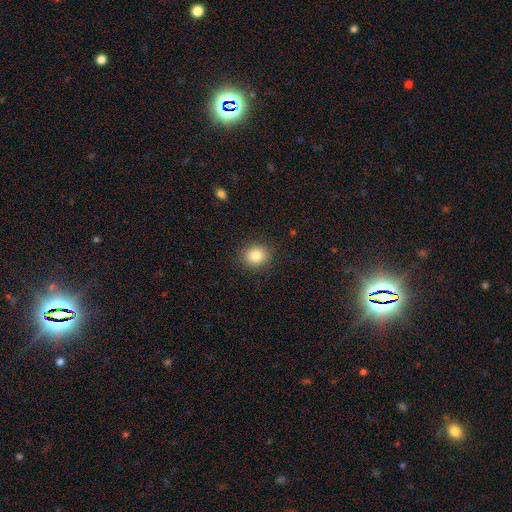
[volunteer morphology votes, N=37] Smooth or featured? 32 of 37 (86%) said smooth. How rounded? 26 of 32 (81%) said round. Merging? 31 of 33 (94%) said none.